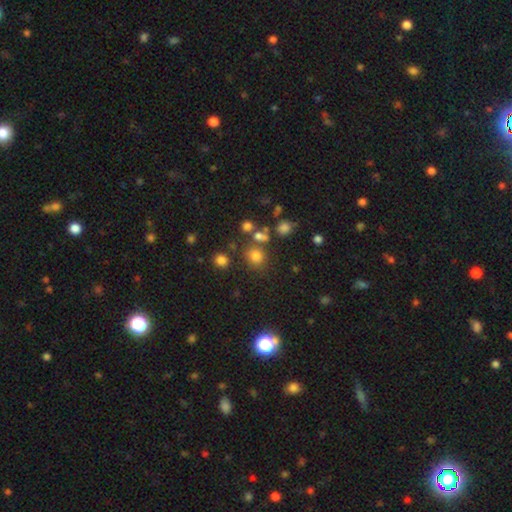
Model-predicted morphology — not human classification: smooth-or-featured: smooth: 74% | star or artifact: 19% | featured or disk: 7%
  how-rounded: round: 79% | in between: 20% | cigar-shaped: 1%
  merging: none: 71% | merger: 13% | minor disturbance: 11% | major disturbance: 5%